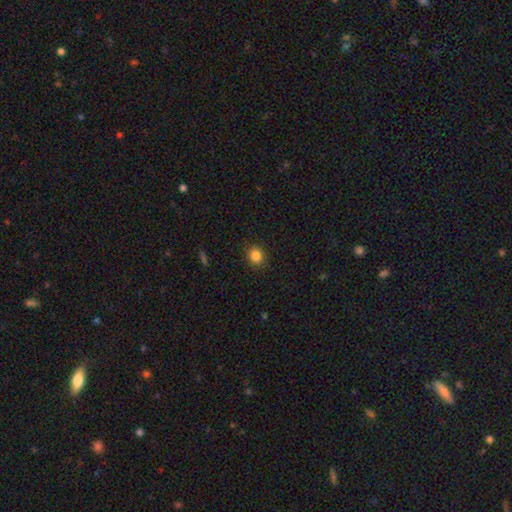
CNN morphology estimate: This is clearly a smooth galaxy (85%). How rounded: likely round (72%). Merging: clearly none (88%).